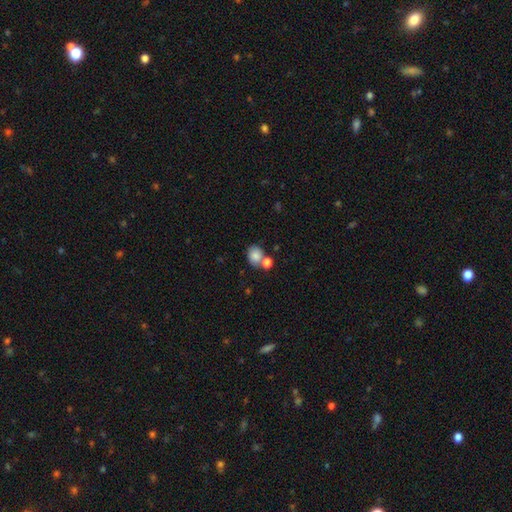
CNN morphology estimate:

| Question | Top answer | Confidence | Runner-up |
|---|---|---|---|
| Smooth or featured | smooth | 82% | star or artifact (9%) |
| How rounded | round | 63% | in between (36%) |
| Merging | none | 51% | merger (33%) |